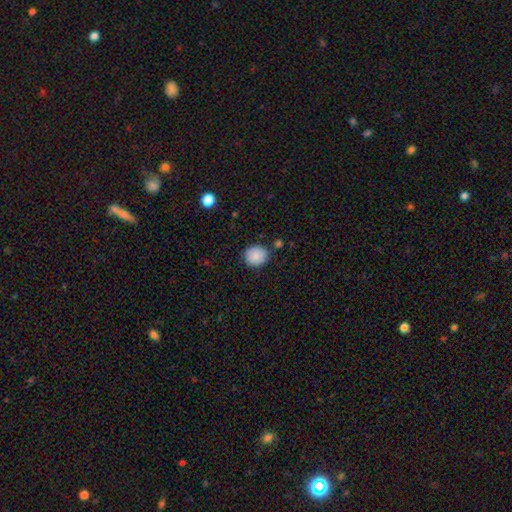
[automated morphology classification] Smooth or featured? smooth (87%)
How rounded? round (77%)
Merging? none (82%)